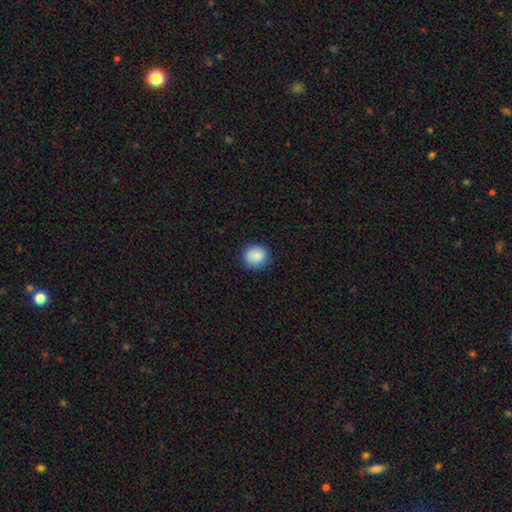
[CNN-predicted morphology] Q: Smooth or featured?
A: smooth (87%); runner-up: star or artifact (8%)
Q: How rounded?
A: round (80%); runner-up: in between (19%)
Q: Merging?
A: none (85%); runner-up: minor disturbance (12%)